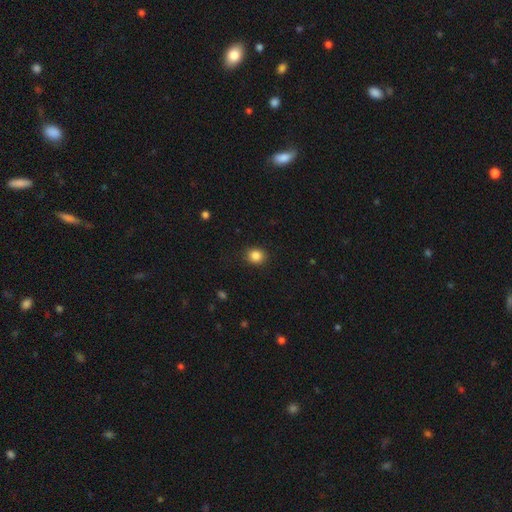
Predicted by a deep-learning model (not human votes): A smooth galaxy with no disk features (86%) that is round (79%). Merging: none (89%).